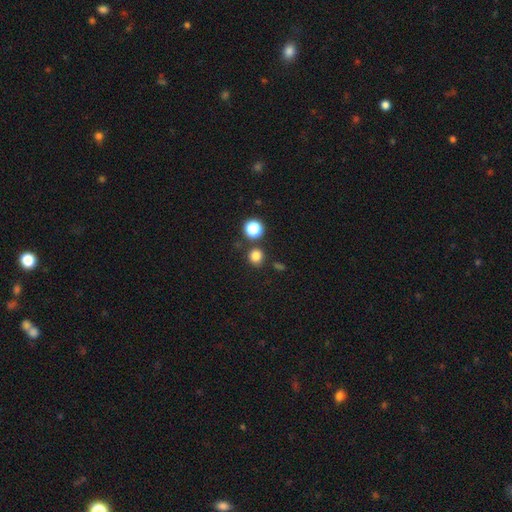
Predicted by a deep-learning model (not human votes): Q: Smooth or featured?
A: smooth (80%); runner-up: star or artifact (16%)
Q: How rounded?
A: round (87%); runner-up: in between (13%)
Q: Merging?
A: none (82%); runner-up: minor disturbance (8%)